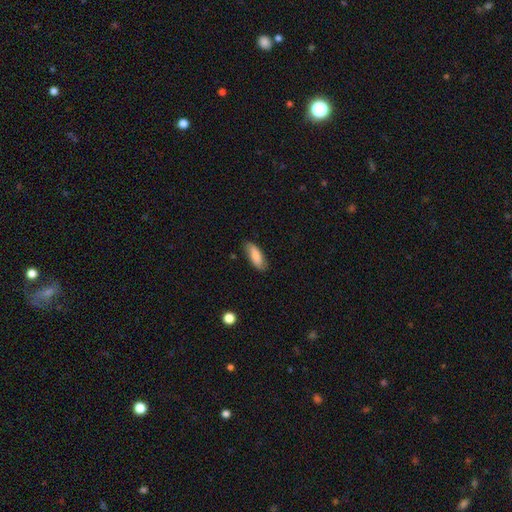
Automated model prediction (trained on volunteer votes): Smooth or featured?
  - smooth: 83% *
  - featured or disk: 11%
  - star or artifact: 6%
How rounded?
  - in between: 73% *
  - cigar-shaped: 25%
  - round: 2%
Merging?
  - none: 80% *
  - minor disturbance: 15%
  - major disturbance: 3%
  - merger: 1%